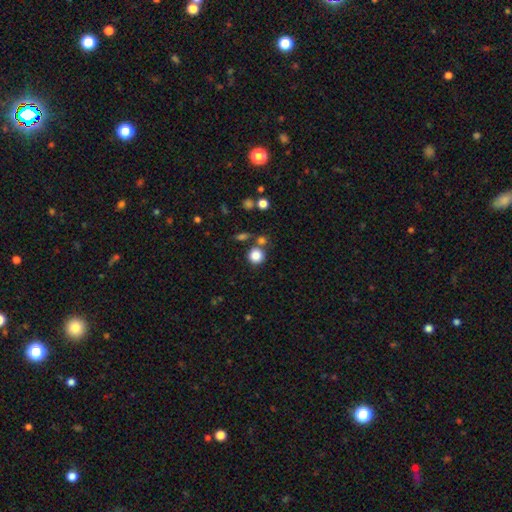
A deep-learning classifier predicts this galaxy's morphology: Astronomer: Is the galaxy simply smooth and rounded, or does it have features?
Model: smooth — 85%.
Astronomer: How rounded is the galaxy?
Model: round — 91%.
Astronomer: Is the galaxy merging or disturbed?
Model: none — 71%.